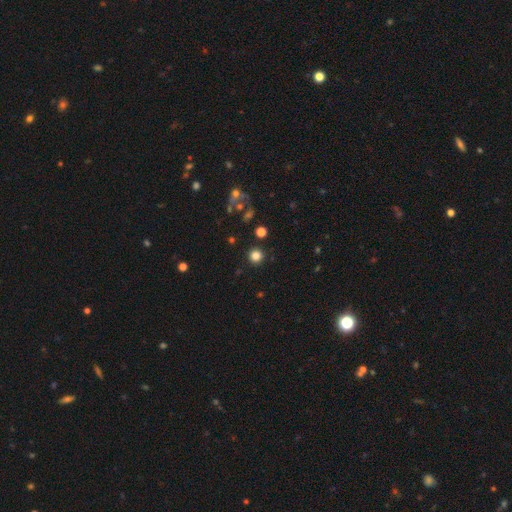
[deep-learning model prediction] smooth 81%, star or artifact 13%, featured or disk 5%. Down the decision tree: how rounded — round (95%); merging — none (90%).